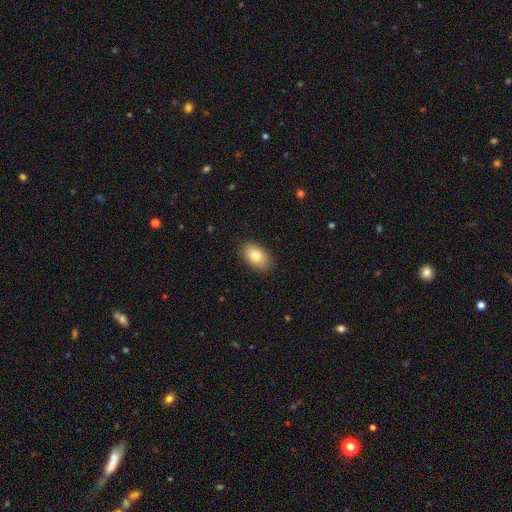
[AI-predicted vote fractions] Smooth or featured? smooth (81%)
How rounded? in between (91%)
Merging? none (88%)